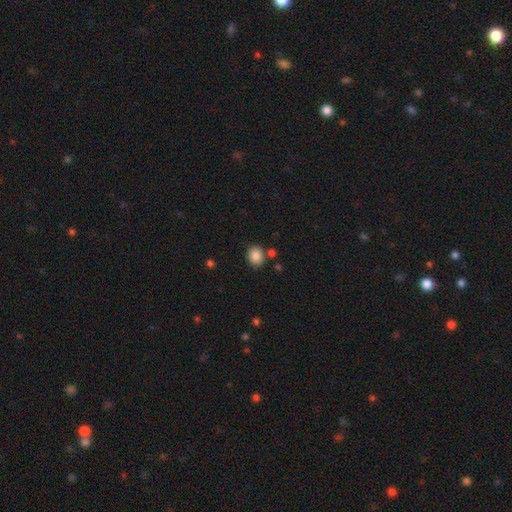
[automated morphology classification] This appears to be a smooth galaxy with no disk features (85%) that is round (66%). Merging: none (80%).